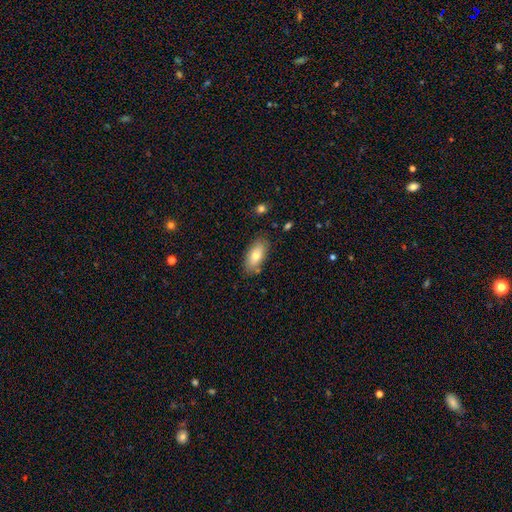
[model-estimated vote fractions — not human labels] Smooth or featured? smooth (75%)
How rounded? in between (89%)
Merging? none (80%)